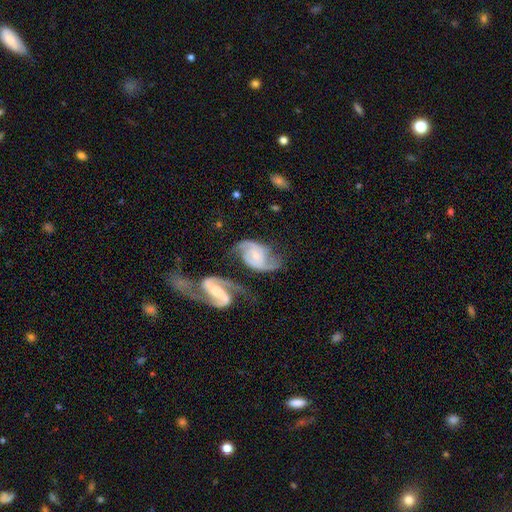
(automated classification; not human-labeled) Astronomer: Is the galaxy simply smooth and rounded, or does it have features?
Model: featured or disk — 88%.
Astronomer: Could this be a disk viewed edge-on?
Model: no — 97%.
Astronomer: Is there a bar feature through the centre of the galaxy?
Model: no — 47% (runner-up: weak, 39%).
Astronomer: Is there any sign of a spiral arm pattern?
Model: yes — 97%.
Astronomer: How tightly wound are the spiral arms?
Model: medium — 54%.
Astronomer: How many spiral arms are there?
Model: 2 — 88%.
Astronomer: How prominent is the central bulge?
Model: small — 61%.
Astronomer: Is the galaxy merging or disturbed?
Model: merger — 39% (runner-up: none, 33%).